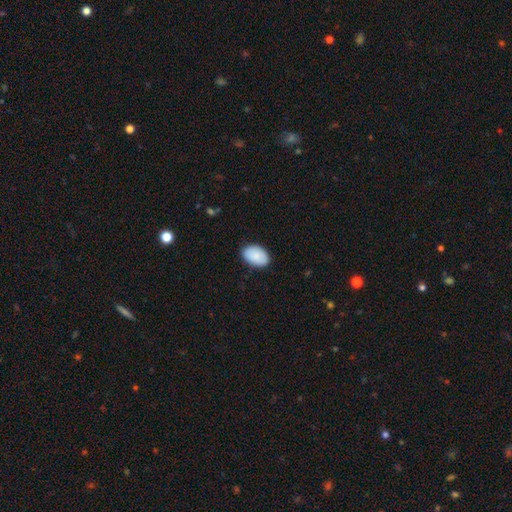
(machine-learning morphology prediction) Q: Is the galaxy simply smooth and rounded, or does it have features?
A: smooth — 89%.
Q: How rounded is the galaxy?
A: in between — 92%.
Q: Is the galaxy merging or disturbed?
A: none — 87%.